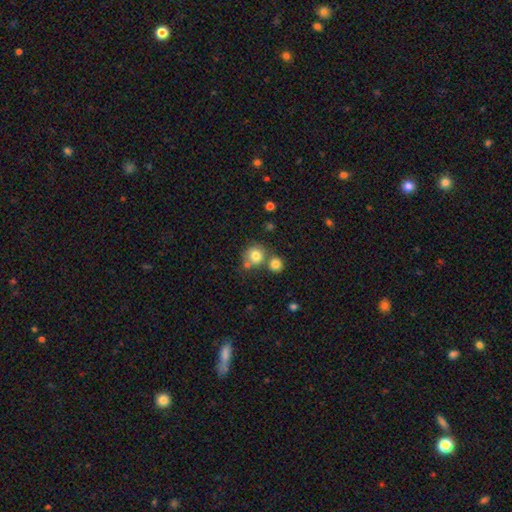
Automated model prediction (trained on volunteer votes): smooth 79%, star or artifact 11%, featured or disk 10%. Down the decision tree: how rounded — round (86%); merging — none (57%).